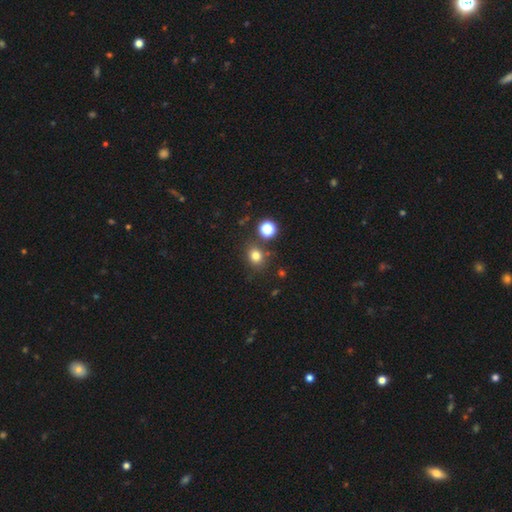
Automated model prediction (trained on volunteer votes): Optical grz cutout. It shows a smooth galaxy with no disk features (77%) that is round (71%). Merging: none (78%).